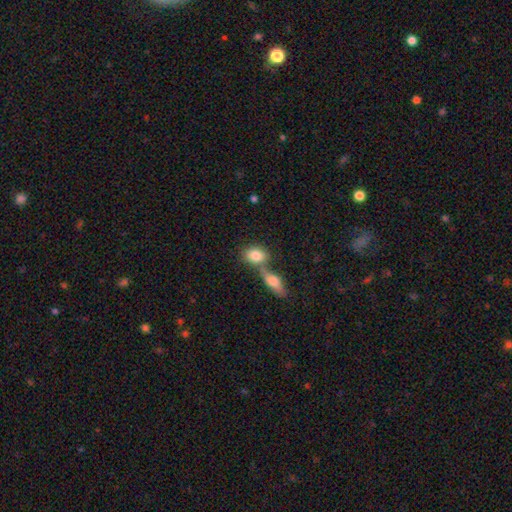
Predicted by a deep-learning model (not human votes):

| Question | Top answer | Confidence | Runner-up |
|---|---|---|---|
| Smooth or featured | smooth | 82% | featured or disk (11%) |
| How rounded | in between | 70% | round (26%) |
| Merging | merger | 47% | none (41%) |